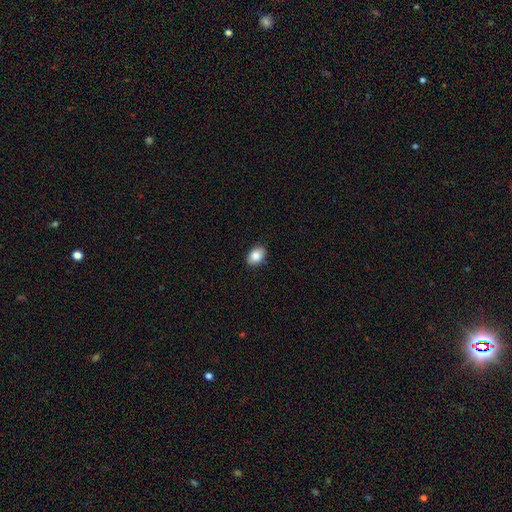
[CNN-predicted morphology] smooth_or_featured: smooth (p=0.87) [alt: star or artifact p=0.07]
how_rounded: in between (p=0.80) [alt: round p=0.19]
merging: none (p=0.88) [alt: minor disturbance p=0.10]